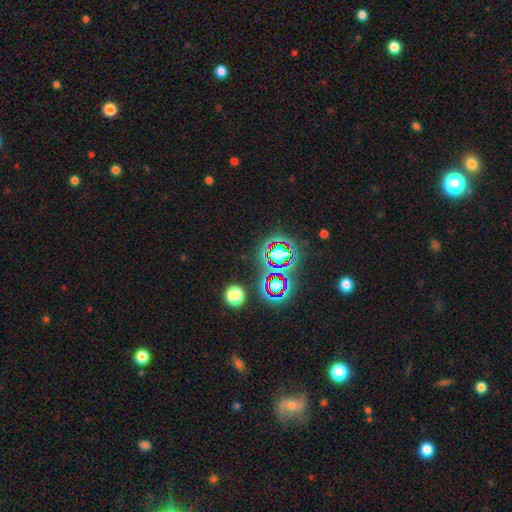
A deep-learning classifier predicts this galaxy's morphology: This is likely a star or artifact rather than a galaxy (76%).